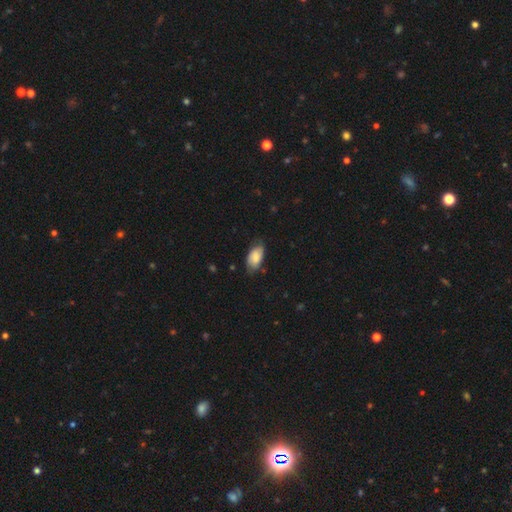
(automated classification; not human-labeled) A smooth galaxy with no disk features (70%) that is in between round and cigar-shaped (93%). Merging: none (63%).